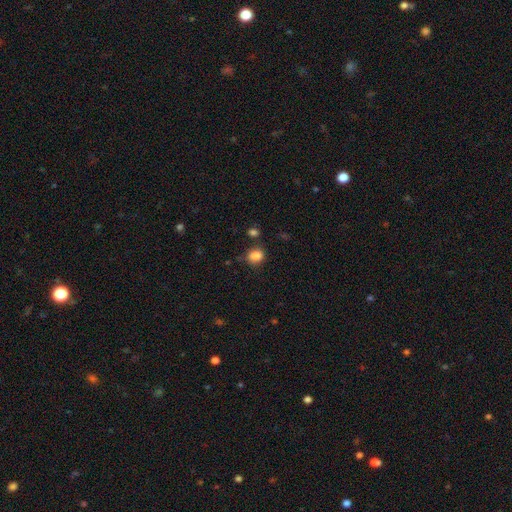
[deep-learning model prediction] smooth-or-featured: smooth: 85% | star or artifact: 10% | featured or disk: 5%
  how-rounded: round: 50% | in between: 49% | cigar-shaped: 1%
  merging: none: 72% | minor disturbance: 18% | merger: 6% | major disturbance: 5%